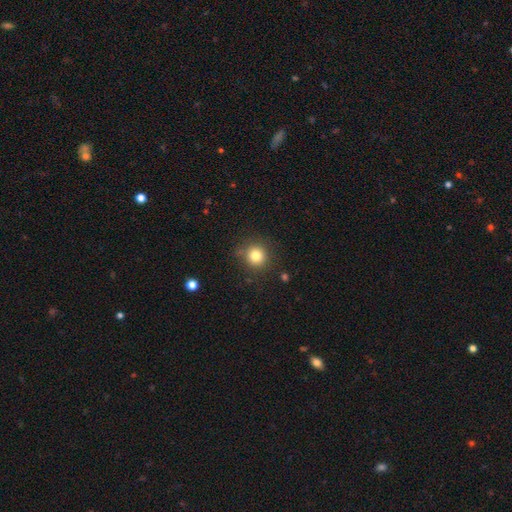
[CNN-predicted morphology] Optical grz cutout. It shows a smooth galaxy with no disk features (80%) that is round (91%). Merging: none (84%).